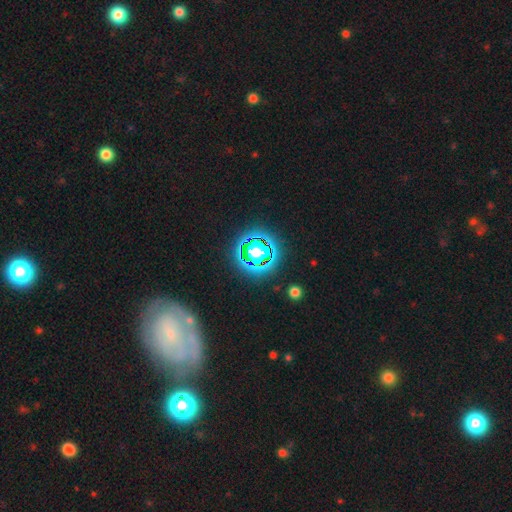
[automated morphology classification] This is likely a star or artifact rather than a galaxy (62%).